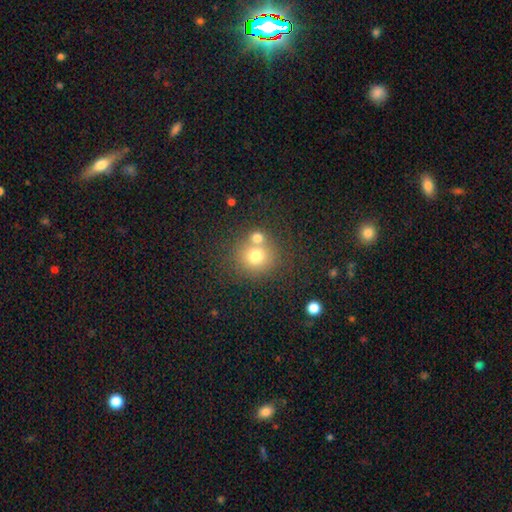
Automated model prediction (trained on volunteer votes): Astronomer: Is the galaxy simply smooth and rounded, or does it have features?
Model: smooth — 72%.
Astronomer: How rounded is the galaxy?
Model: round — 86%.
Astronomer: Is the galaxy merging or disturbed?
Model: none — 53% (runner-up: merger, 35%).